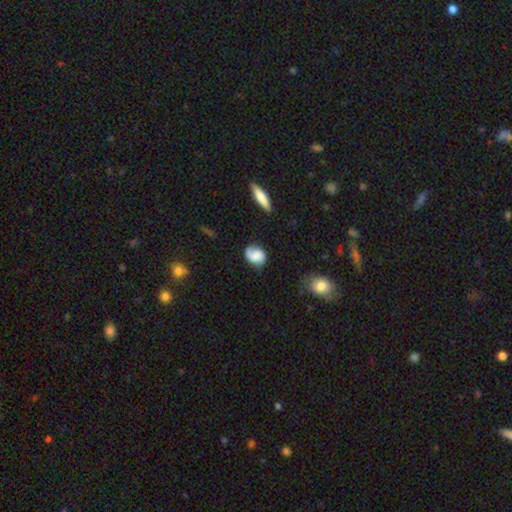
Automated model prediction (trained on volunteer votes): This appears to be a smooth galaxy with no disk features (63%) that is in between round and cigar-shaped (54%). Merging: none (58%).